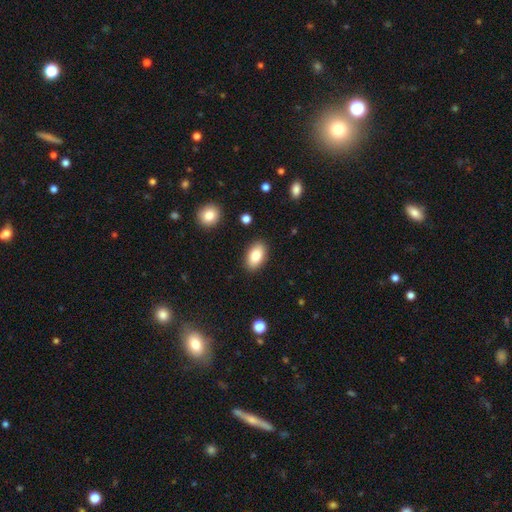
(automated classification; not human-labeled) Overall: smooth (84%). How rounded: in between (93%). Merging: none (88%).